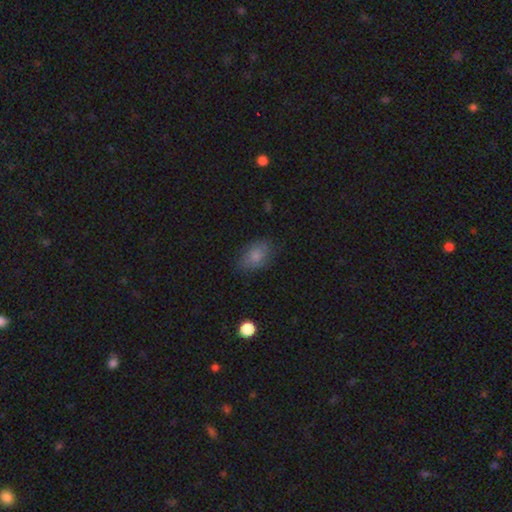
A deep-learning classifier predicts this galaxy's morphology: Smooth or featured?
  - smooth: 80% *
  - featured or disk: 11%
  - star or artifact: 9%
How rounded?
  - in between: 87% *
  - round: 11%
  - cigar-shaped: 2%
Merging?
  - none: 74% *
  - minor disturbance: 19%
  - major disturbance: 5%
  - merger: 1%